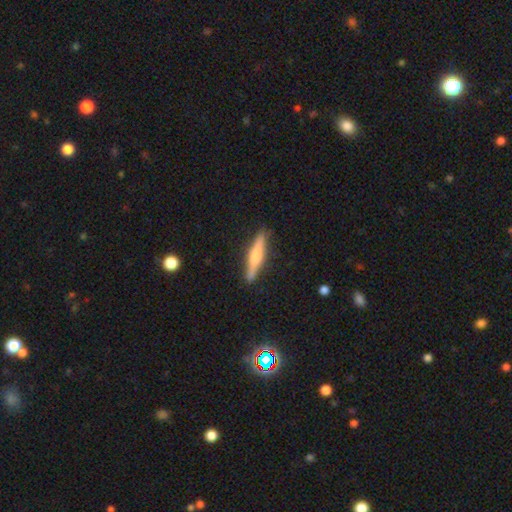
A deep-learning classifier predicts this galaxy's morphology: Smooth or featured? featured or disk (49%)
Merging? none (88%)